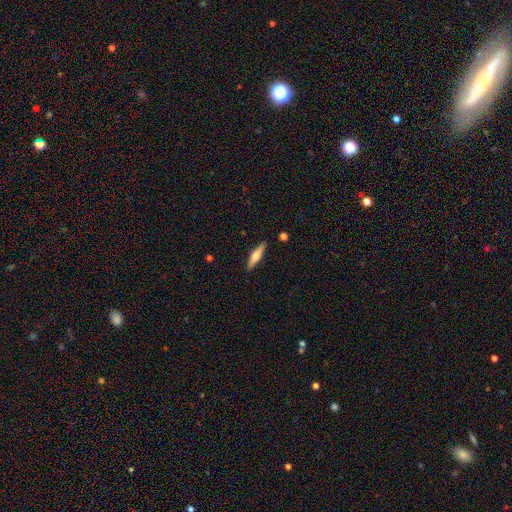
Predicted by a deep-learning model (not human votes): Morphology: type=featured or disk (51%); edge-on=yes (95%); merging=none (89%).